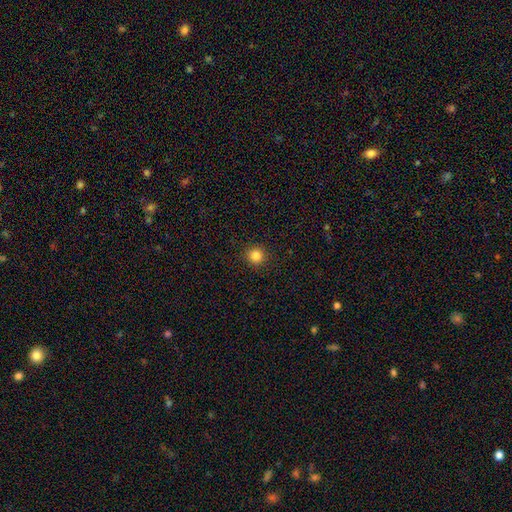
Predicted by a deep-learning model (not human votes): Overall: smooth (83%). How rounded: round (94%). Merging: none (92%).